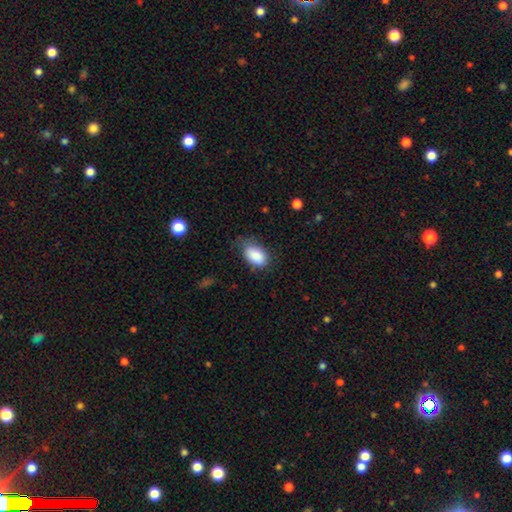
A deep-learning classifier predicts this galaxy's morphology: A smooth galaxy with no disk features (87%) that is in between round and cigar-shaped (92%). Merging: none (60%).